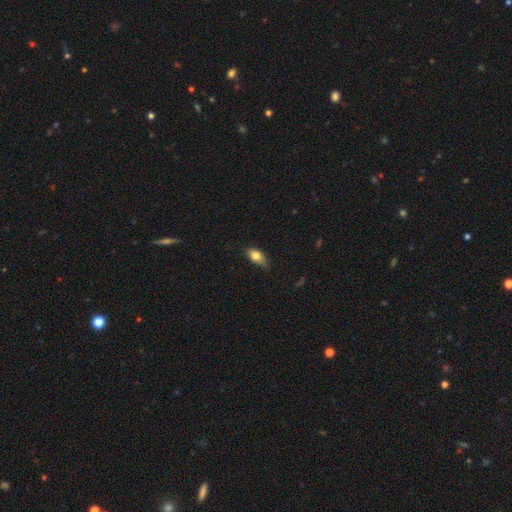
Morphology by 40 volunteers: Volunteers were most divided on "merging": none: 47%, minor disturbance: 42%, major disturbance: 8%, merger: 3%. More confident: how rounded — in between (87%); smooth or featured — smooth (75%).